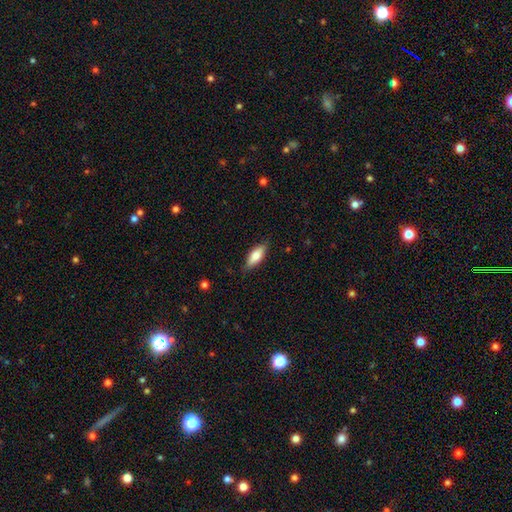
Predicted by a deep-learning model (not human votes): This is likely a smooth galaxy (74%). How rounded: likely in between (72%). Merging: clearly none (82%).